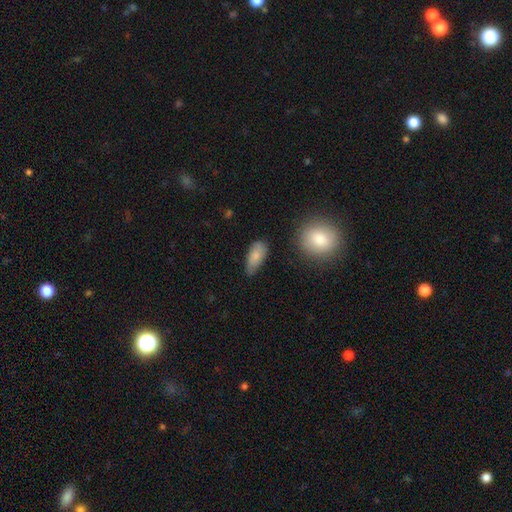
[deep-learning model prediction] Overall: smooth (78%). How rounded: in between (88%). Merging: none (56%; minor disturbance 34%).